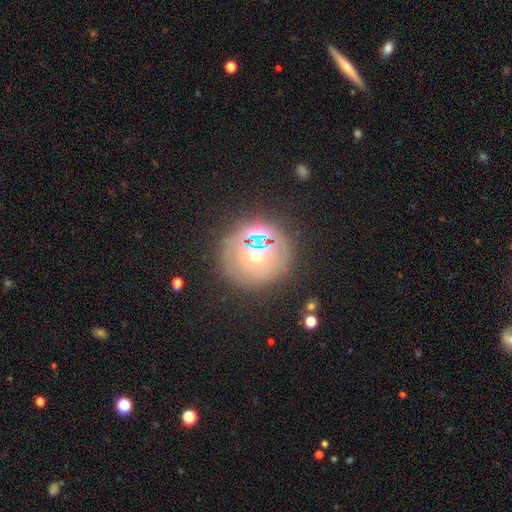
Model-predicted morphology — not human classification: This appears to be a smooth galaxy with no disk features (44%). Merging: none (74%).